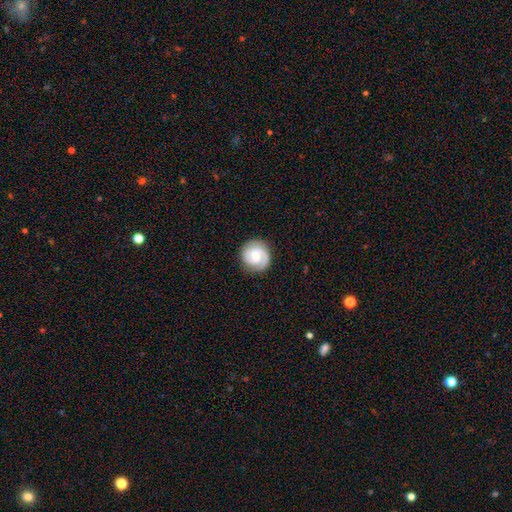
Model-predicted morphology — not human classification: Overall: featured or disk (78%). Edge-on disk: no (98%). Bar: no (51%; weak 40%). Spiral arms: yes (96%). Spiral arm count: 2 (69%). Spiral winding: tight (55%; medium 36%). Bulge size: moderate (59%; small 33%). Merging: none (84%).